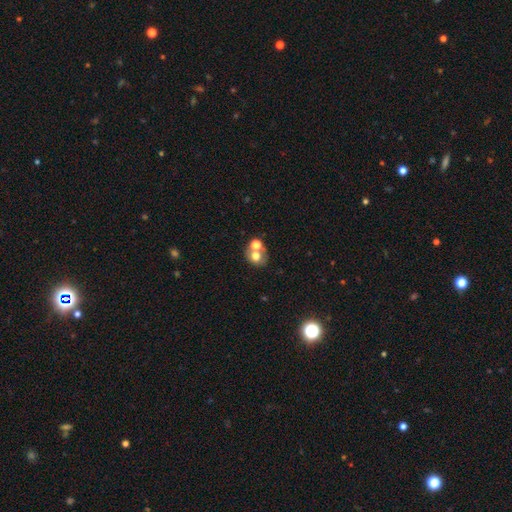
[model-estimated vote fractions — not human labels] This is likely a smooth galaxy (65%). How rounded: likely round (64%). Merging: possibly merger (47%).